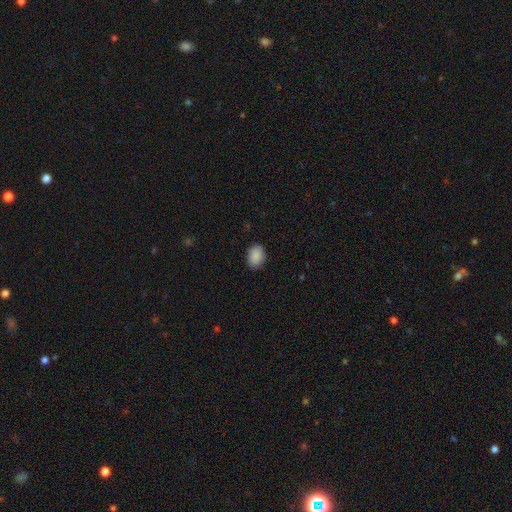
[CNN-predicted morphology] This appears to be a smooth galaxy with no disk features (89%) that is in between round and cigar-shaped (68%). Merging: none (84%).